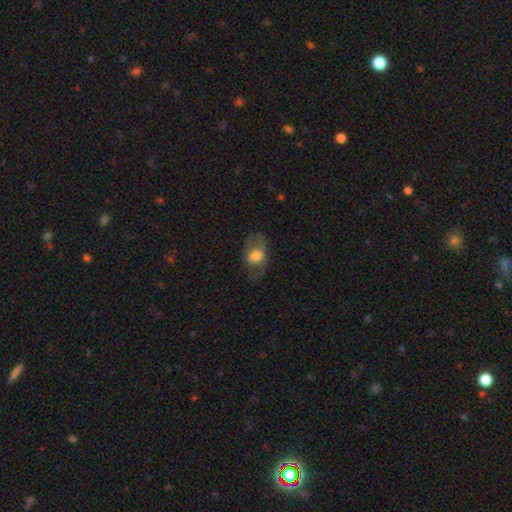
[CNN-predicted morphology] A smooth galaxy with no disk features (60%) that is in between round and cigar-shaped (72%). Merging: none (64%).